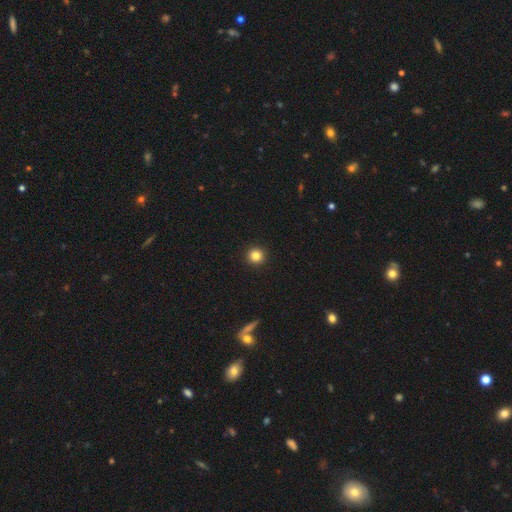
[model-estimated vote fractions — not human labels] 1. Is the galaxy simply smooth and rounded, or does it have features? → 84% smooth, 12% star or artifact, 5% featured or disk.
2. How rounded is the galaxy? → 95% round, 4% in between, 1% cigar-shaped.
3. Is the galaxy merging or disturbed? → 94% none, 4% minor disturbance, 1% major disturbance, 1% merger.